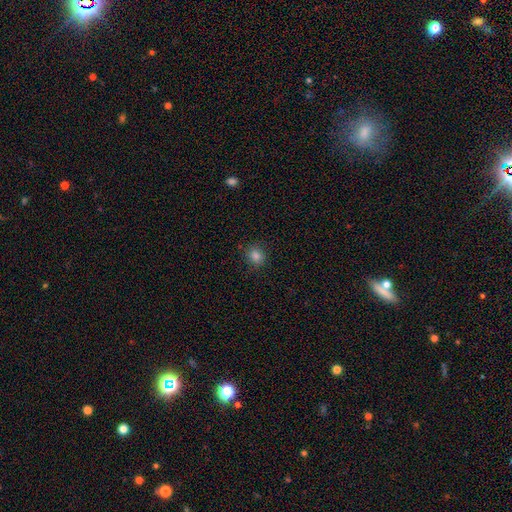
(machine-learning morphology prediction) smooth-or-featured: smooth: 83% | star or artifact: 12% | featured or disk: 5%
  how-rounded: round: 75% | in between: 24% | cigar-shaped: 1%
  merging: none: 86% | minor disturbance: 10% | major disturbance: 3% | merger: 1%